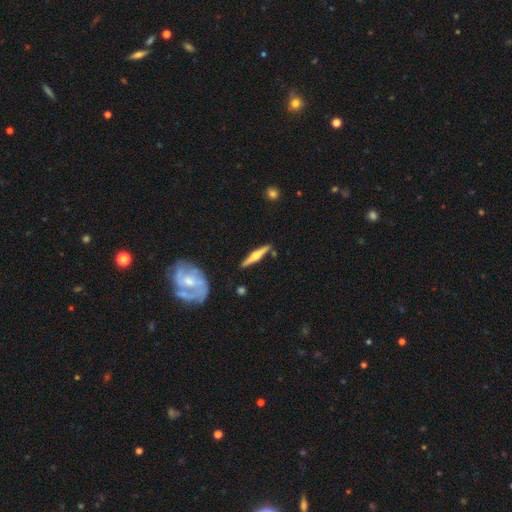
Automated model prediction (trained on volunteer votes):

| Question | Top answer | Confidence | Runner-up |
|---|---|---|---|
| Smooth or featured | featured or disk | 72% | smooth (24%) |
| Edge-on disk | yes | 97% | no (3%) |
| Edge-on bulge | rounded | 93% | boxy (4%) |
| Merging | none | 88% | minor disturbance (8%) |